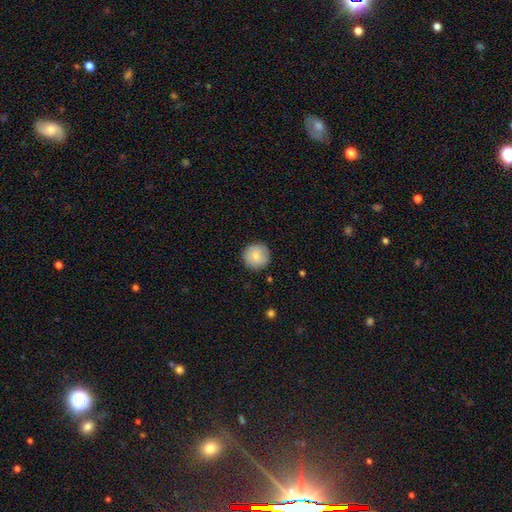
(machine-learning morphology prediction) The model was most divided on "smooth or featured": smooth: 80%, featured or disk: 13%, star or artifact: 7%. More confident: how rounded — round (96%); merging — none (89%).